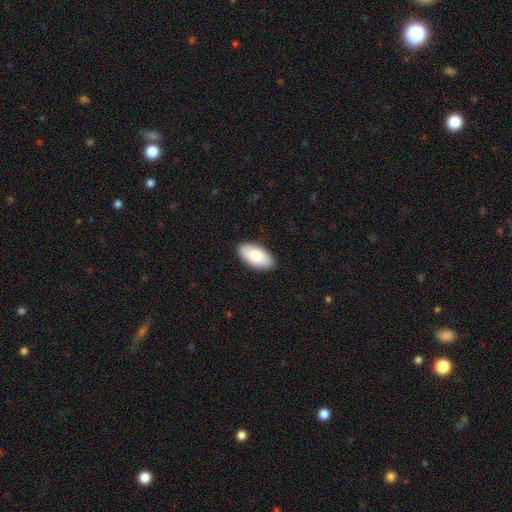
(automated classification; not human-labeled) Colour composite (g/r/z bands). It shows a smooth galaxy with no disk features (85%) that is in between round and cigar-shaped (95%). Merging: none (89%).